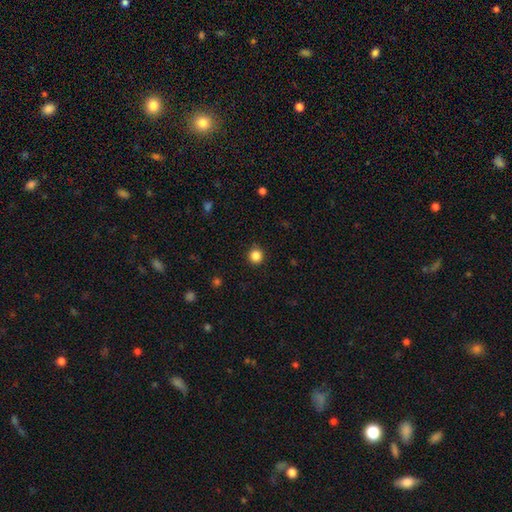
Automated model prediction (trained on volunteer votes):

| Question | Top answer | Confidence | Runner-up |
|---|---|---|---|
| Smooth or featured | smooth | 85% | star or artifact (12%) |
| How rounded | round | 93% | in between (6%) |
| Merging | none | 91% | minor disturbance (6%) |